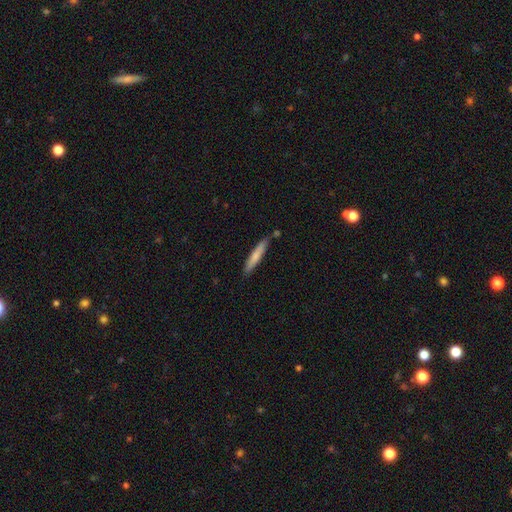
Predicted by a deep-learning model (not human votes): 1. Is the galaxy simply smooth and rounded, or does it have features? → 71% smooth, 23% featured or disk, 5% star or artifact.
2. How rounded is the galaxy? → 92% cigar-shaped, 7% in between, 1% round.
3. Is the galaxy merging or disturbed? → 80% none, 13% minor disturbance, 5% merger, 2% major disturbance.